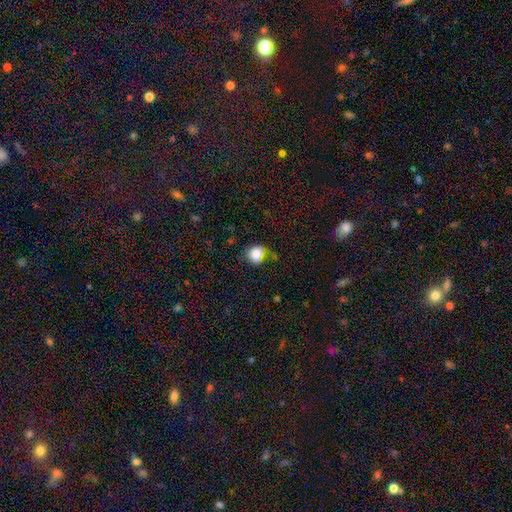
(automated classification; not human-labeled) Morphology: type=smooth (84%); roundness=round (69%); merging=none (55%).